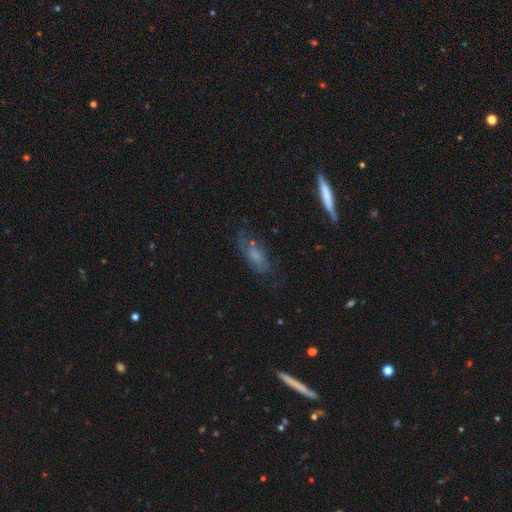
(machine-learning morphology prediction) A smooth galaxy with no disk features (48%). Merging: none (53%).